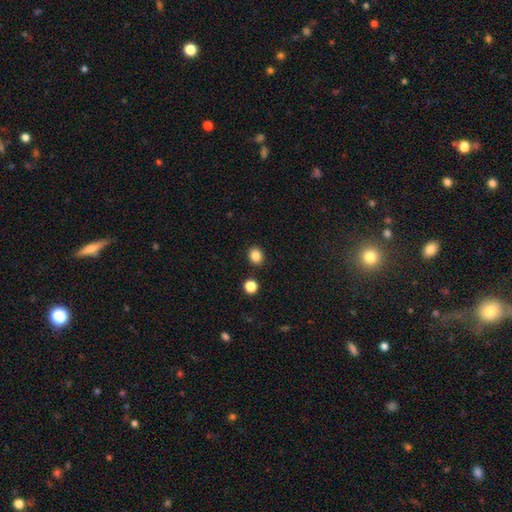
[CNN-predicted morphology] This appears to be a smooth galaxy with no disk features (85%) that is round (71%). Merging: none (89%).